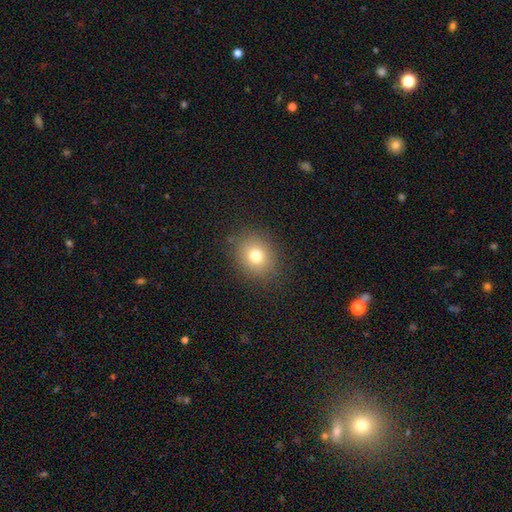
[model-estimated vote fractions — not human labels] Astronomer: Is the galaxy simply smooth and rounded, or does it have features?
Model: smooth — 77%.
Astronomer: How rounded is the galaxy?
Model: round — 69%.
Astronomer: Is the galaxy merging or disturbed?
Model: none — 85%.